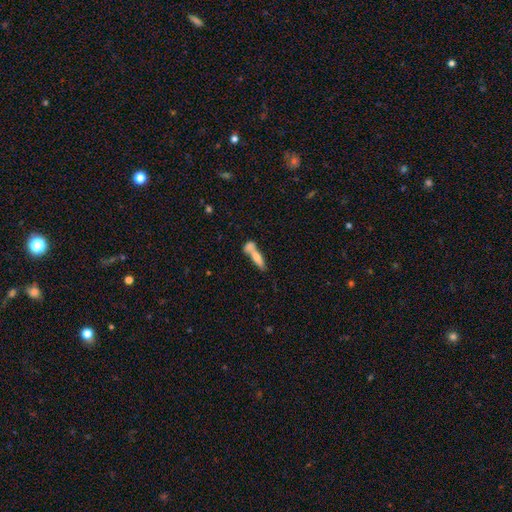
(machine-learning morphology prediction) Smooth or featured: smooth — 66% (featured or disk — 25%)
How rounded: cigar-shaped — 66% (in between — 31%)
Merging: merger — 50% (none — 31%)